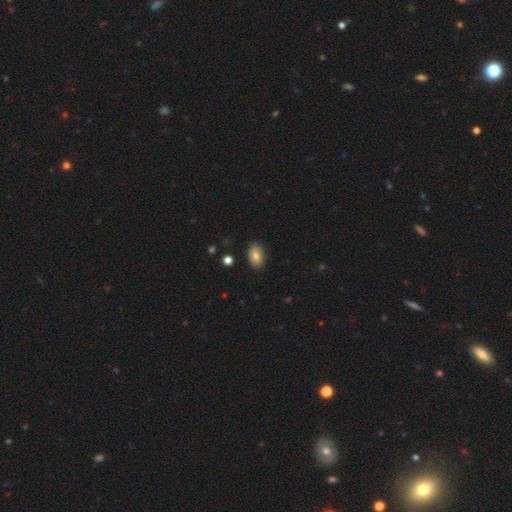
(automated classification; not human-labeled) Overall: smooth (76%). How rounded: in between (83%). Merging: none (87%).